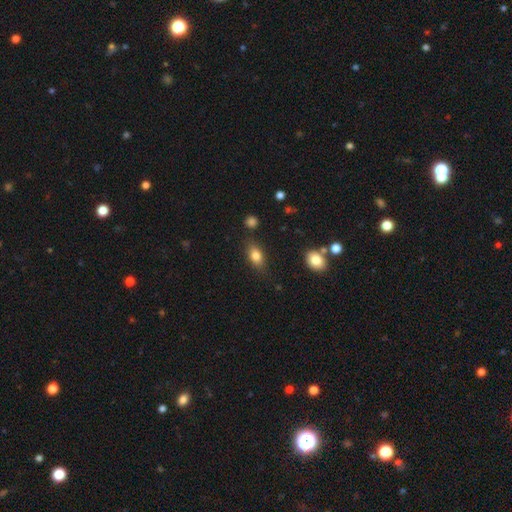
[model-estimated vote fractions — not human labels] This appears to be a smooth galaxy with no disk features (81%) that is in between round and cigar-shaped (83%). Merging: none (79%).